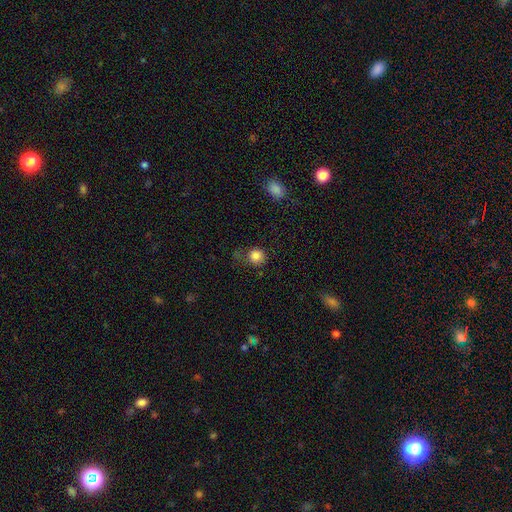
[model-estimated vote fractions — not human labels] A smooth galaxy with no disk features (83%) that is round (86%).

Vote fractions:
- Smooth or featured? smooth: 83% / star or artifact: 11% / featured or disk: 6%
- How rounded? round: 86% / in between: 13% / cigar-shaped: 1%
- Merging? none: 62% / minor disturbance: 22% / major disturbance: 12% / merger: 4%